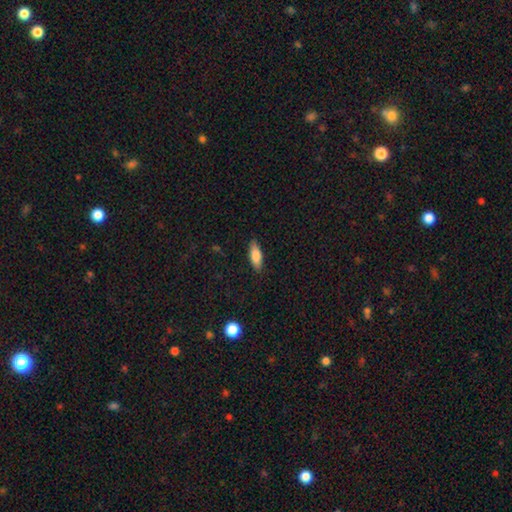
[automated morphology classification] Smooth or featured? smooth (80%)
How rounded? in between (68%)
Merging? none (86%)